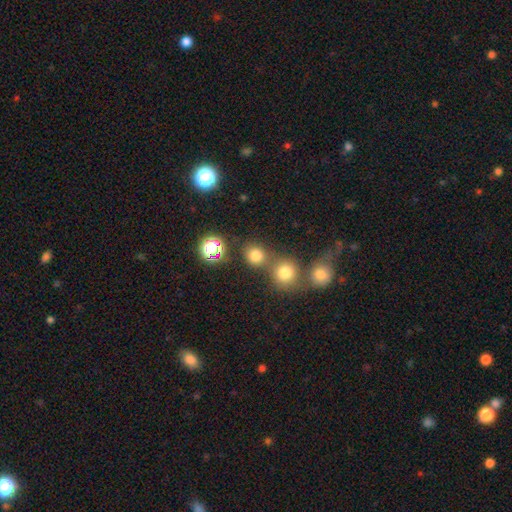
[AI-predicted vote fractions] A smooth galaxy with no disk features (75%) that is round (83%).

Vote fractions:
- Smooth or featured? smooth: 75% / star or artifact: 19% / featured or disk: 6%
- How rounded? round: 83% / in between: 16% / cigar-shaped: 1%
- Merging? none: 62% / merger: 27% / minor disturbance: 8% / major disturbance: 4%